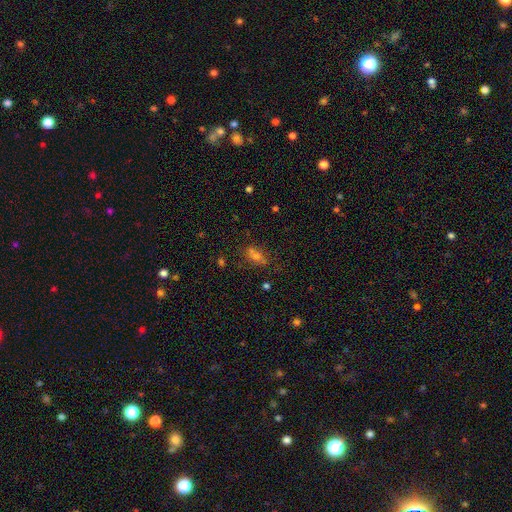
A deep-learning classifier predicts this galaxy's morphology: This is possibly a smooth galaxy (51%). How rounded: likely in between (66%). Merging: likely none (62%).